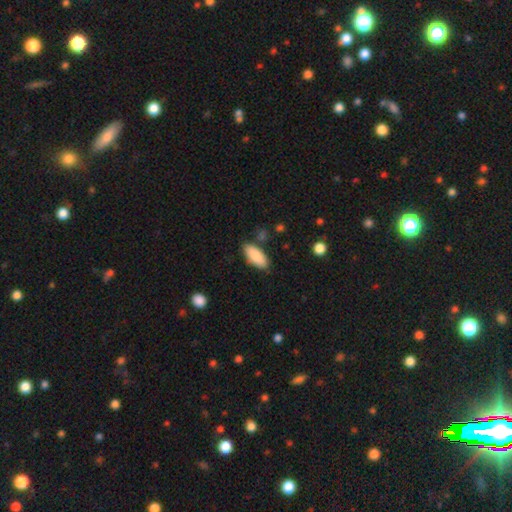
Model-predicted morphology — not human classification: smooth 89%, star or artifact 6%, featured or disk 5%. Down the decision tree: how rounded — in between (84%); merging — none (81%).